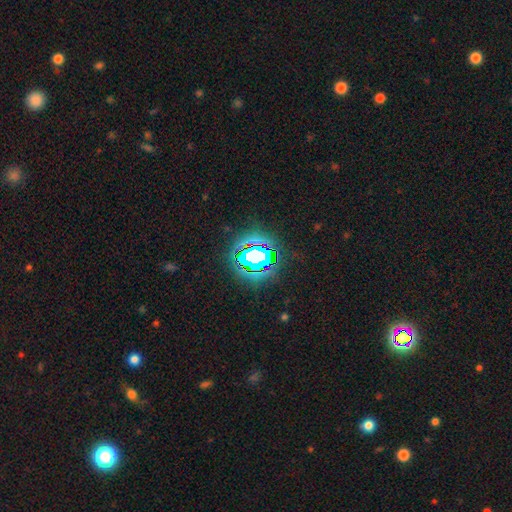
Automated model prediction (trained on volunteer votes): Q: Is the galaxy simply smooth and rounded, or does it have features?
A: star or artifact — 65%.